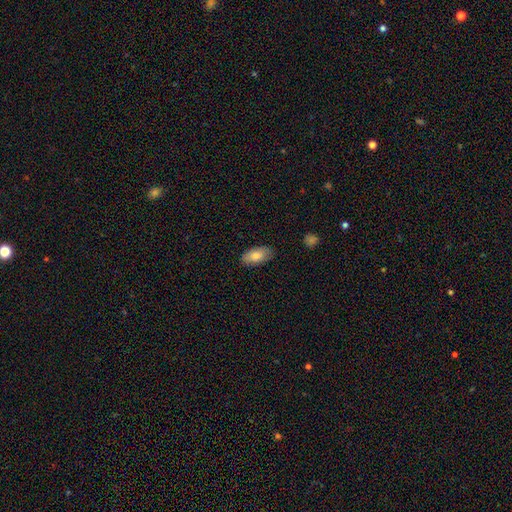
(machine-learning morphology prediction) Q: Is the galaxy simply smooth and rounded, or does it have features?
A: smooth — 81%.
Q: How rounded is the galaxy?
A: in between — 93%.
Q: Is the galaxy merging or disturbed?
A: none — 86%.